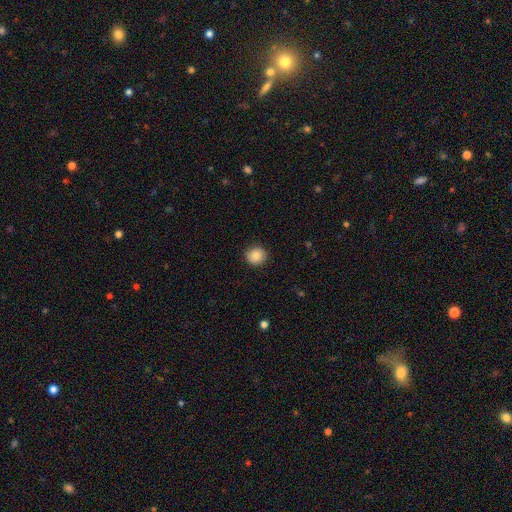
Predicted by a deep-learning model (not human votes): This appears to be a smooth galaxy with no disk features (86%) that is round (86%). Merging: none (89%).